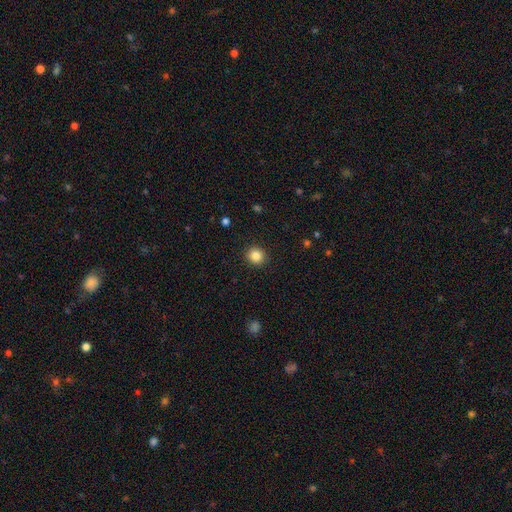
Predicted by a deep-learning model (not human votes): A smooth galaxy with no disk features (85%) that is round (89%). Merging: none (92%).